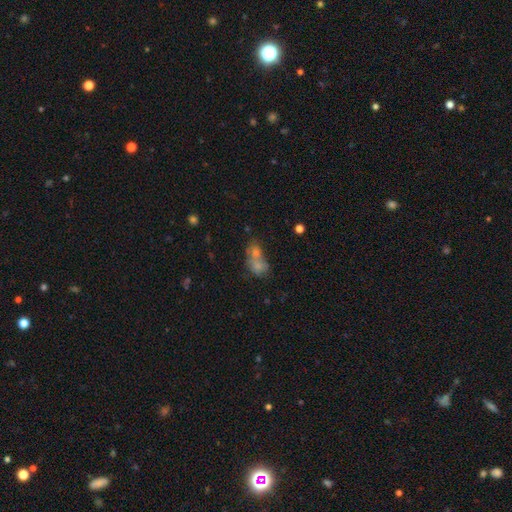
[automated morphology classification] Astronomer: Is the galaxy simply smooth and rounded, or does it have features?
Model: smooth — 64%.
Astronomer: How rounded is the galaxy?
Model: in between — 63%.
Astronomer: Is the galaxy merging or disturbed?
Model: merger — 63%.